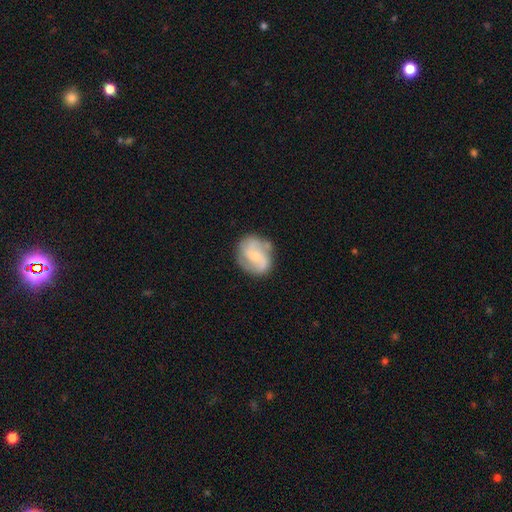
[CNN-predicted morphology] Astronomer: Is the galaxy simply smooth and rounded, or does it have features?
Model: featured or disk — 75%.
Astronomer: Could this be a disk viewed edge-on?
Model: no — 98%.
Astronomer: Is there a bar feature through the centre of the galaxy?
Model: no — 57% (runner-up: weak, 35%).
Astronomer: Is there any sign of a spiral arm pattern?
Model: yes — 93%.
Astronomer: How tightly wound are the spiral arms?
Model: medium — 49% (runner-up: tight, 26%).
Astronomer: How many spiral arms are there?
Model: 2 — 63%.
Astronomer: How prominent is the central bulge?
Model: small — 59% (runner-up: moderate, 36%).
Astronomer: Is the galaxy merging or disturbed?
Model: none — 71%.